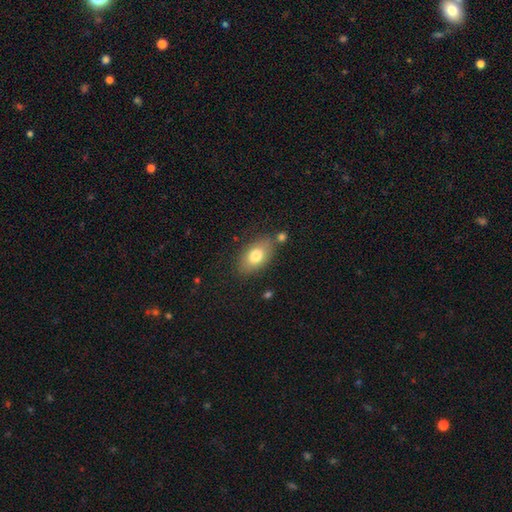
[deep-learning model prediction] smooth_or_featured: smooth (p=0.77) [alt: featured or disk p=0.16]
how_rounded: in between (p=0.89) [alt: round p=0.09]
merging: none (p=0.74) [alt: minor disturbance p=0.15]